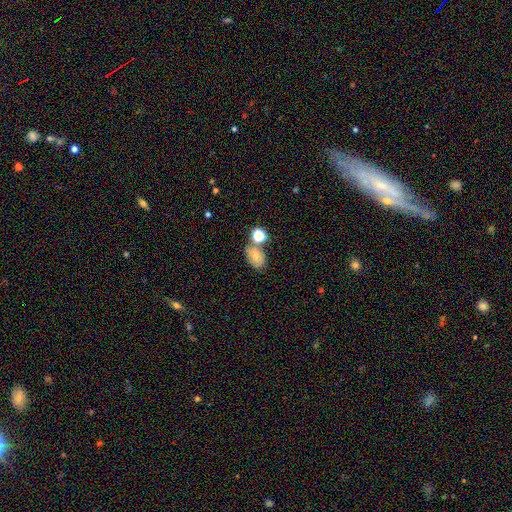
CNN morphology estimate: A smooth galaxy with no disk features (75%) that is in between round and cigar-shaped (81%).

Vote fractions:
- Smooth or featured? smooth: 75% / star or artifact: 13% / featured or disk: 12%
- How rounded? in between: 81% / round: 17% / cigar-shaped: 1%
- Merging? none: 53% / merger: 24% / minor disturbance: 17% / major disturbance: 6%